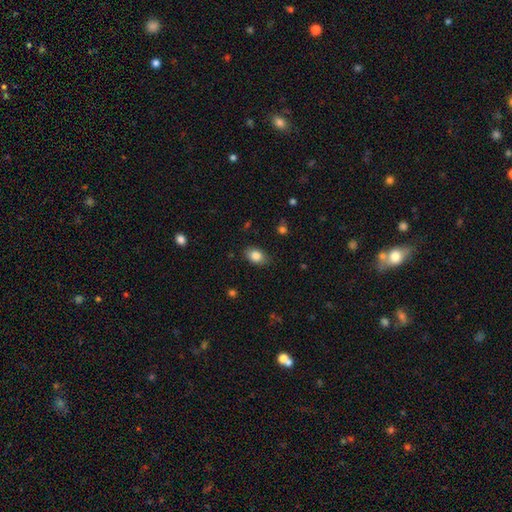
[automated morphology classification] Overall: smooth (86%). How rounded: in between (79%). Merging: none (80%).